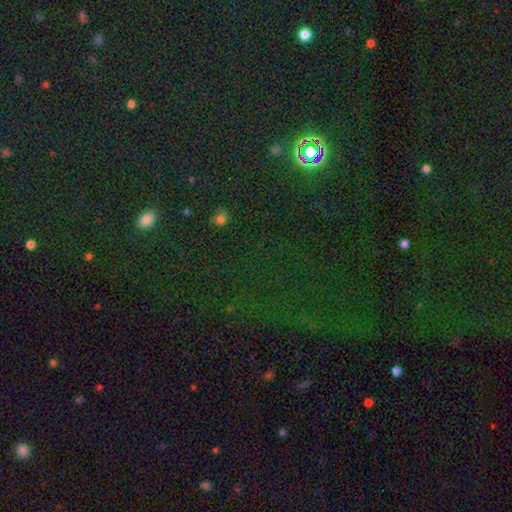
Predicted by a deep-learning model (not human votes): A star or artifact, not a galaxy (72%).